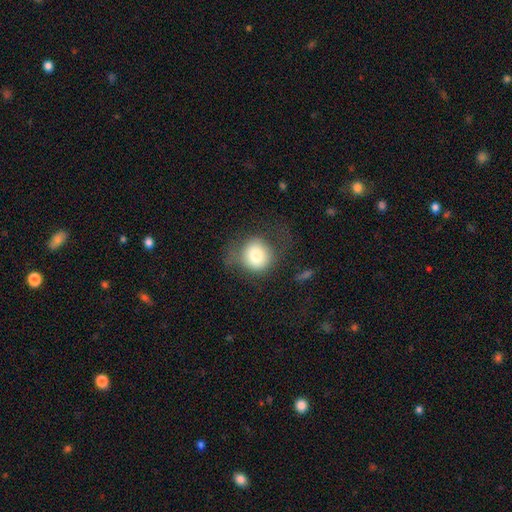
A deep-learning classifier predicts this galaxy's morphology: Overall: smooth (76%). How rounded: round (85%). Merging: none (53%; minor disturbance 23%).